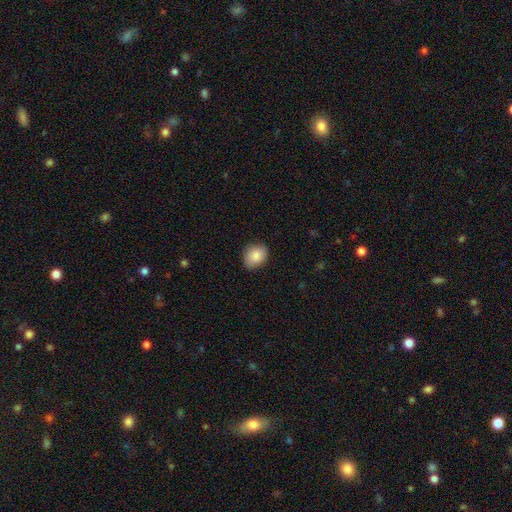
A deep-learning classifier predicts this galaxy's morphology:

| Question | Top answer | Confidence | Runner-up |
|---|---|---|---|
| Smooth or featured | smooth | 87% | star or artifact (7%) |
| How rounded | in between | 56% | round (43%) |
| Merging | none | 83% | minor disturbance (14%) |